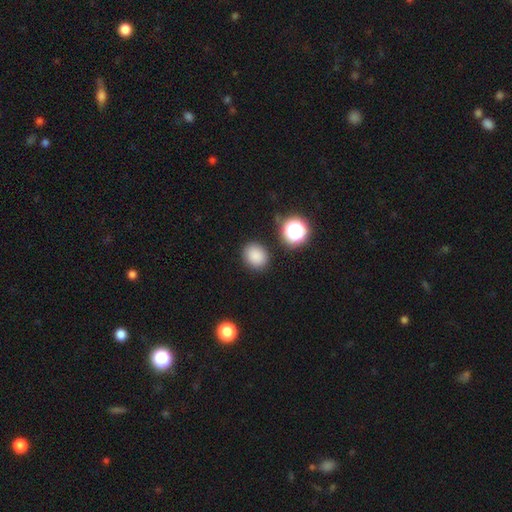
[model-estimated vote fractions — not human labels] Overall: smooth (84%). How rounded: round (60%; in between 39%). Merging: none (86%).